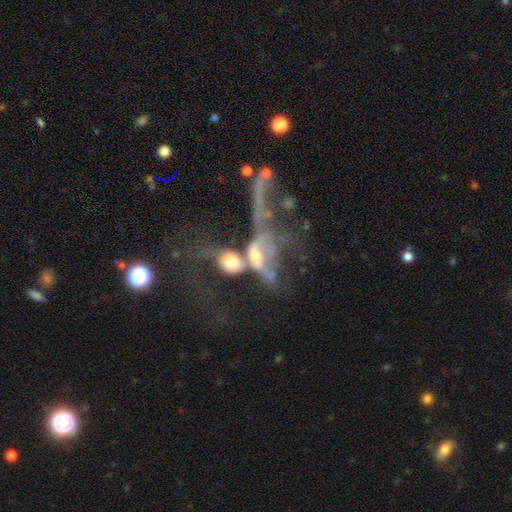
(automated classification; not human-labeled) Morphology: type=featured or disk (55%); edge-on=no (83%); merging=merger (68%).